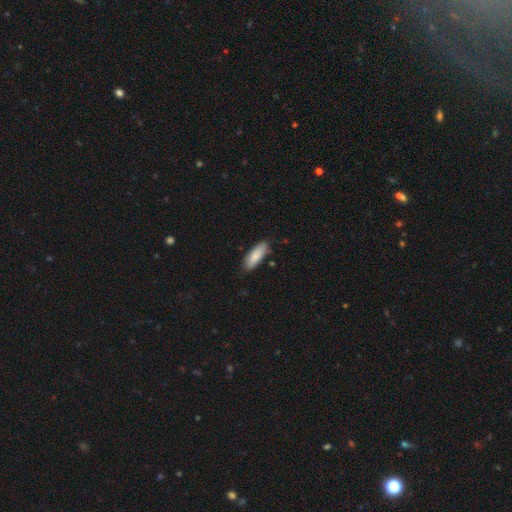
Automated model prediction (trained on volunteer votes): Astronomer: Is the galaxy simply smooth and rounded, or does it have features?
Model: smooth — 83%.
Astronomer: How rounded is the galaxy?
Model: in between — 68%.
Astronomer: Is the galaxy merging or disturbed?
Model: none — 83%.